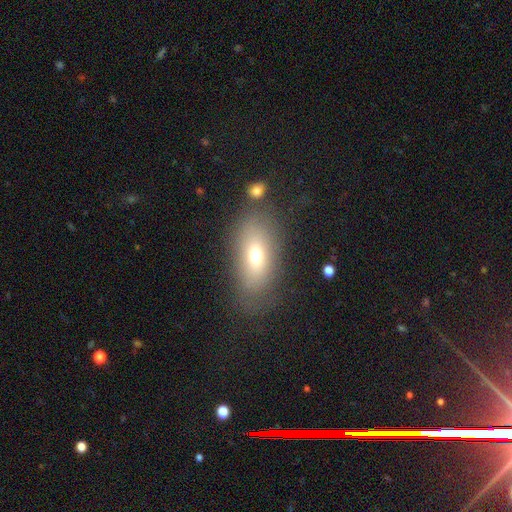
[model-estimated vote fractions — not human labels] A smooth galaxy with no disk features (67%) that is in between round and cigar-shaped (83%). Merging: none (70%).